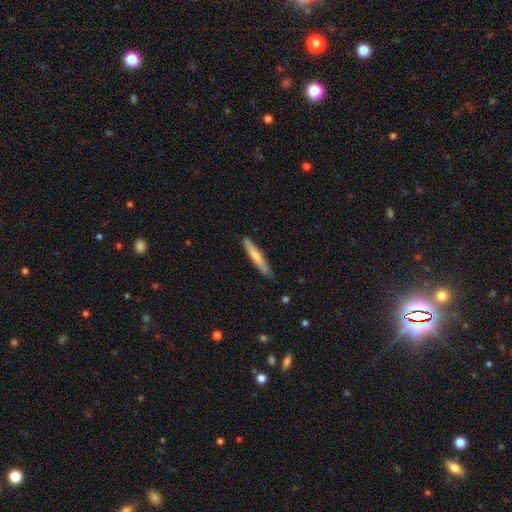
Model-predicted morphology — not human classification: A smooth galaxy with no disk features (69%) that is cigar-shaped (92%). Merging: none (77%).